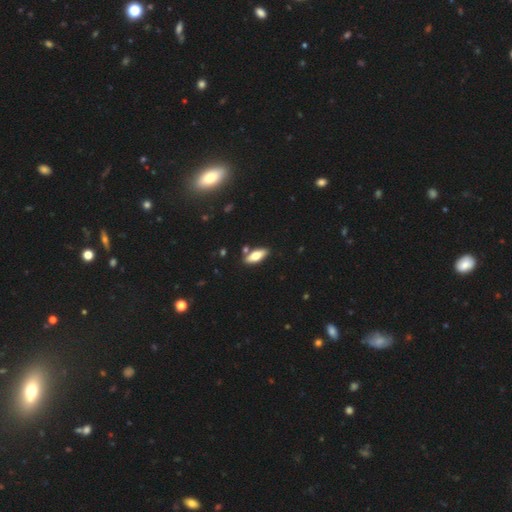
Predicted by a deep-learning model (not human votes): smooth-or-featured: smooth: 65% | featured or disk: 28% | star or artifact: 6%
  how-rounded: in between: 70% | cigar-shaped: 27% | round: 2%
  merging: none: 81% | minor disturbance: 10% | merger: 6% | major disturbance: 2%